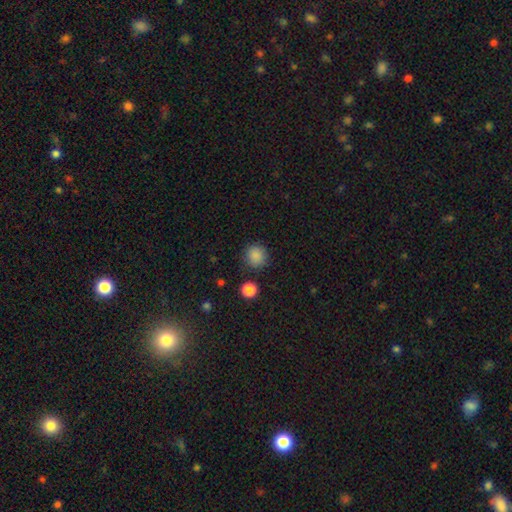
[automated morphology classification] This appears to be a smooth galaxy with no disk features (86%) that is round (92%). Merging: none (86%).